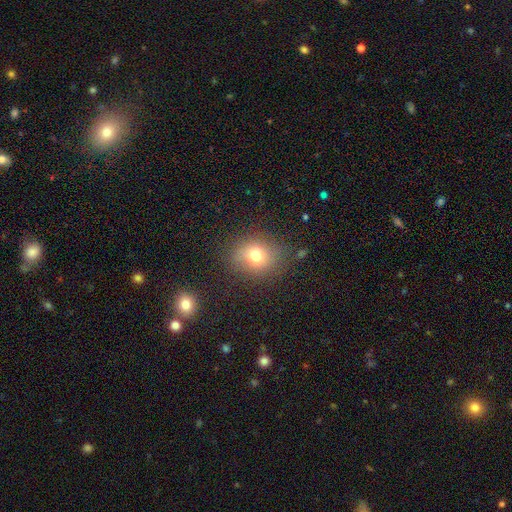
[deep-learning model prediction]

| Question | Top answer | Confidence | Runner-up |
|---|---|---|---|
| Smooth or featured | smooth | 74% | star or artifact (14%) |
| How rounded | round | 64% | in between (35%) |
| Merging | none | 78% | minor disturbance (14%) |